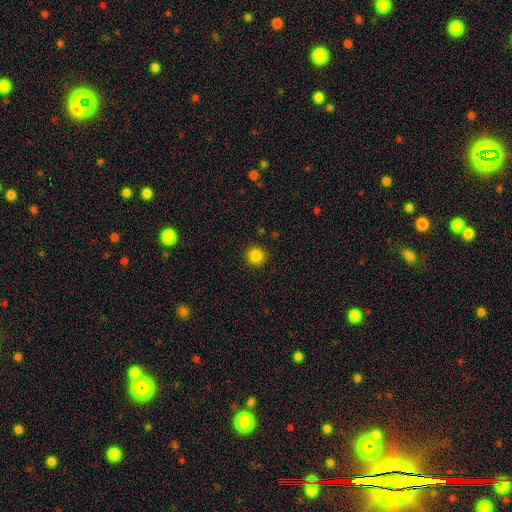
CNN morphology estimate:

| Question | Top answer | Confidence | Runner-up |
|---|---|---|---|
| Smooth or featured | smooth | 85% | star or artifact (12%) |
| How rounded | round | 95% | in between (4%) |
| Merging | none | 91% | minor disturbance (6%) |